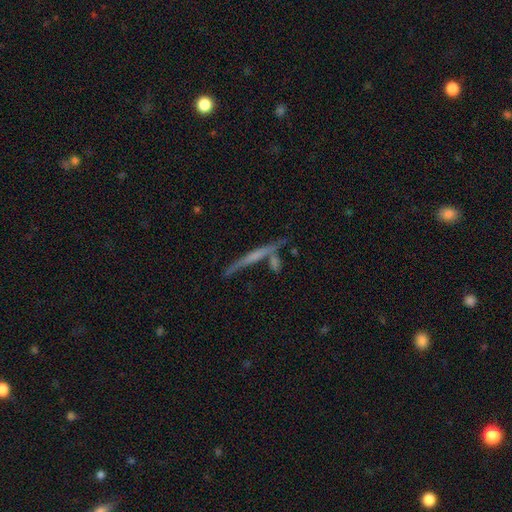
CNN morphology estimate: type=featured or disk (62%); edge-on=yes (95%); edge-on bulge=none (60%); merging=none (71%).